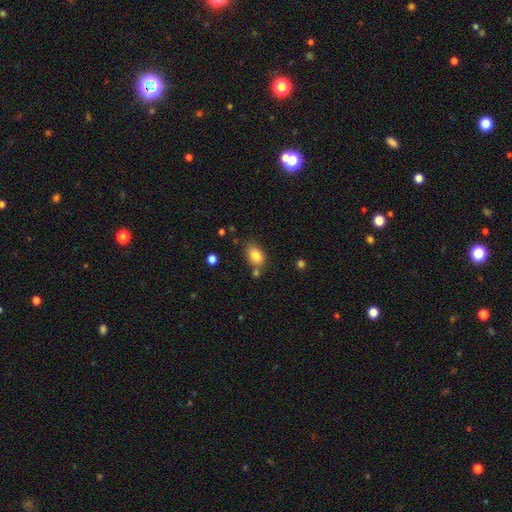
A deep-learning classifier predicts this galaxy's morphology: Smooth or featured? Predicted: smooth (p=0.83). How rounded? Predicted: in between (p=0.84). Merging? Predicted: none (p=0.67).